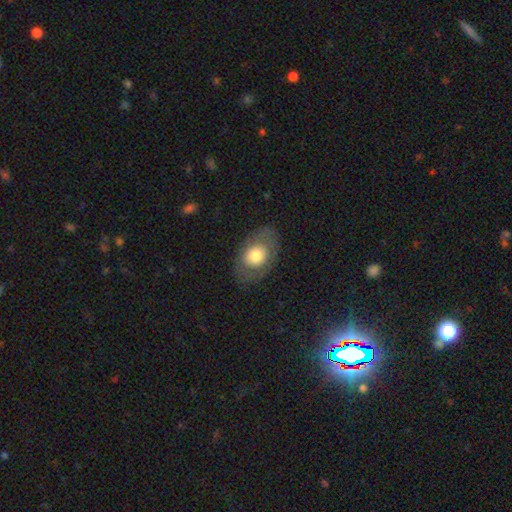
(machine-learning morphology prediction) smooth_or_featured: smooth (p=0.64) [alt: featured or disk p=0.29]
how_rounded: in between (p=0.77) [alt: round p=0.22]
merging: none (p=0.78) [alt: minor disturbance p=0.14]